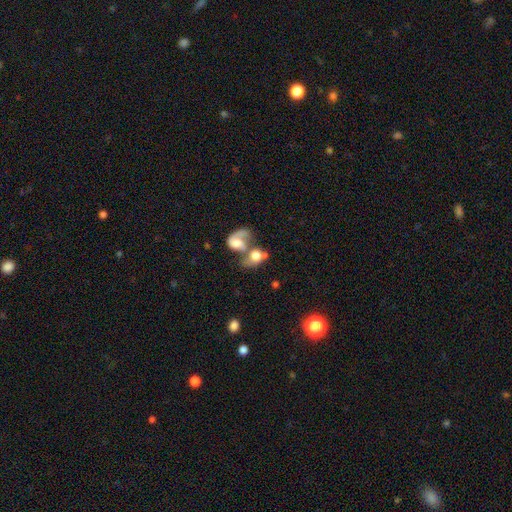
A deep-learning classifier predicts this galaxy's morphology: Q: Smooth or featured?
A: smooth (56%); runner-up: featured or disk (35%)
Q: How rounded?
A: in between (56%); runner-up: round (42%)
Q: Merging?
A: merger (74%); runner-up: none (11%)